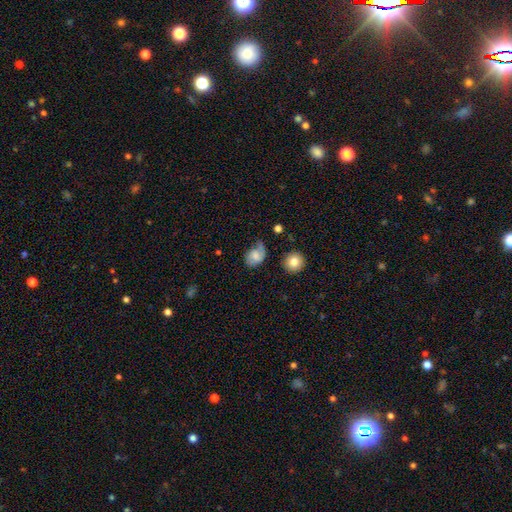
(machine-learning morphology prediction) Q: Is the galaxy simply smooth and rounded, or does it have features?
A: smooth — 56%.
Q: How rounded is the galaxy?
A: in between — 65%.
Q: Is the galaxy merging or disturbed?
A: none — 38%.